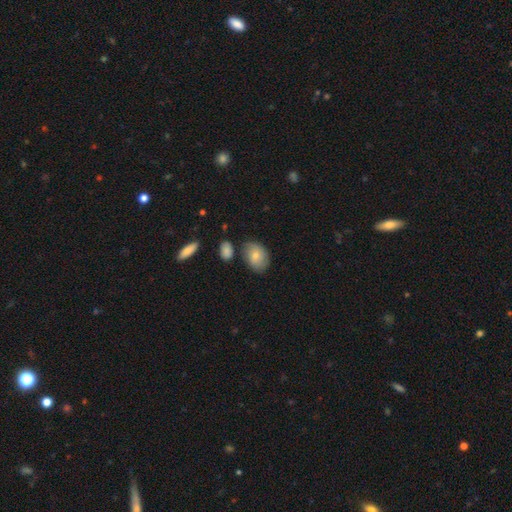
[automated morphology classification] Overall: smooth (74%). How rounded: in between (77%). Merging: none (68%).